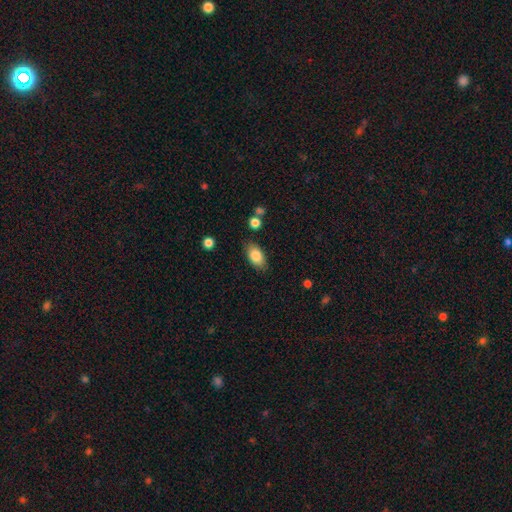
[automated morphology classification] This appears to be a smooth galaxy with no disk features (84%) that is in between round and cigar-shaped (91%). Merging: none (82%).